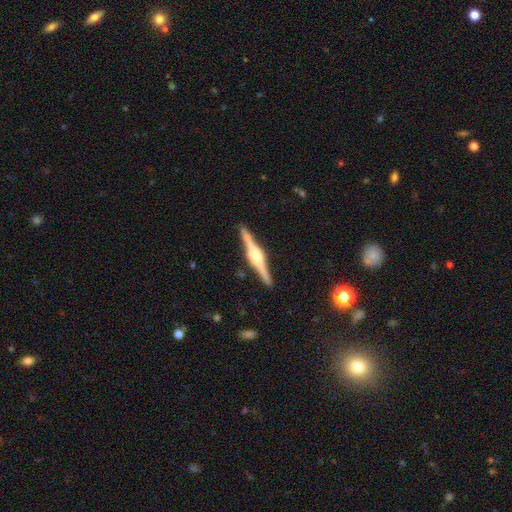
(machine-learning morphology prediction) Smooth or featured? Predicted: featured or disk (p=0.86). Edge-on disk? Predicted: yes (p=0.98). Edge-on bulge? Predicted: rounded (p=0.77). Merging? Predicted: none (p=0.90).